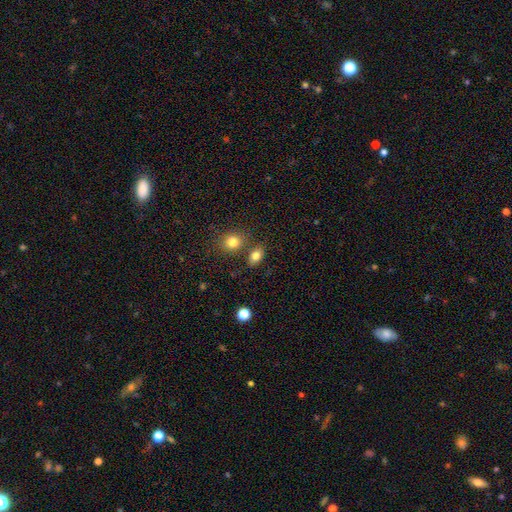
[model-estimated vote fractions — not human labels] The model was most divided on "how rounded": in between: 72%, round: 27%, cigar-shaped: 2%. More confident: smooth or featured — smooth (81%); merging — none (71%).